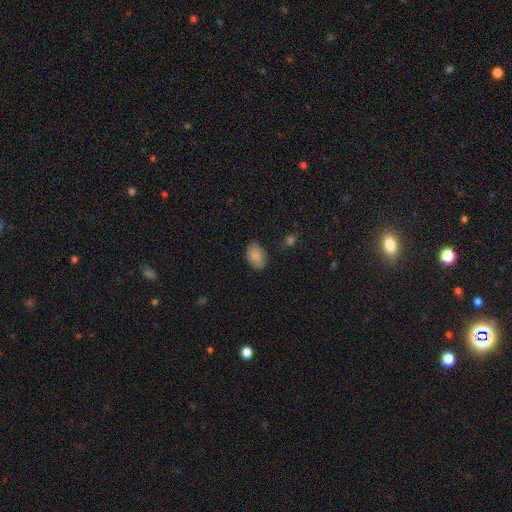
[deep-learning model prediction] Smooth or featured: smooth — 88% (star or artifact — 7%)
How rounded: in between — 87% (round — 12%)
Merging: none — 83% (minor disturbance — 13%)